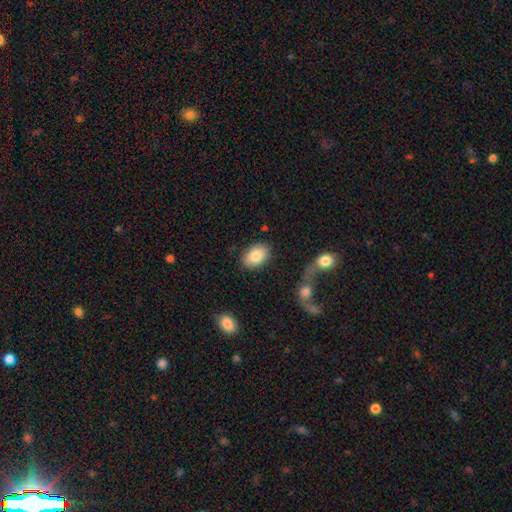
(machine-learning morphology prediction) Overall: smooth (86%). How rounded: in between (88%). Merging: none (83%).